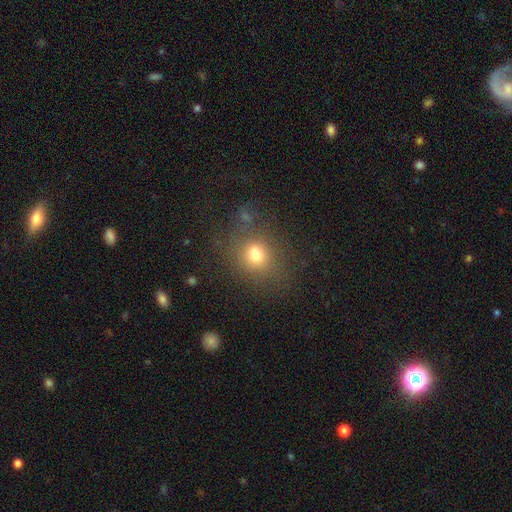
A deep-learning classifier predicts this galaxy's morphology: Overall: smooth (71%). How rounded: round (66%; in between 33%). Merging: none (68%).